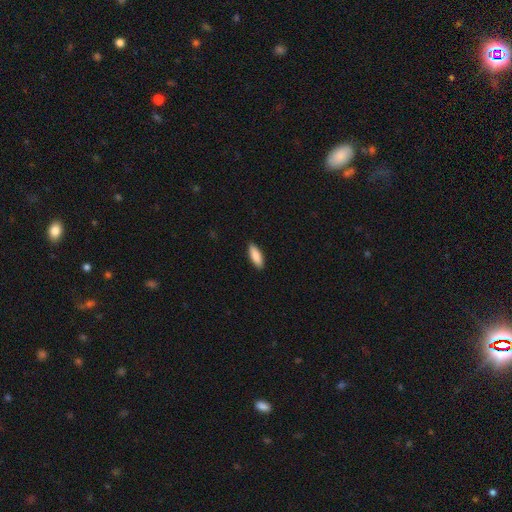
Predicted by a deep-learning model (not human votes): This appears to be a smooth galaxy with no disk features (89%) that is in between round and cigar-shaped (65%). Merging: none (90%).